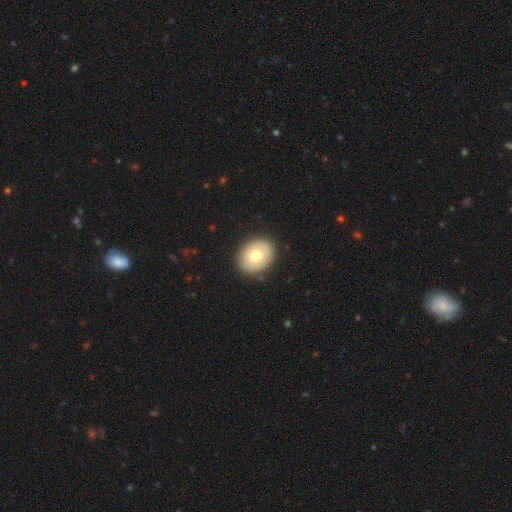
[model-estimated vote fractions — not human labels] This appears to be a smooth galaxy with no disk features (66%) that is in between round and cigar-shaped (53%). Merging: none (88%).